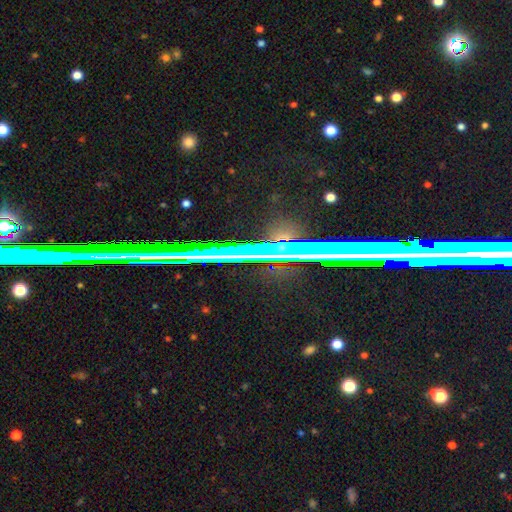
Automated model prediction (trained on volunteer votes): Smooth or featured?
  - star or artifact: 63% *
  - featured or disk: 28%
  - smooth: 9%